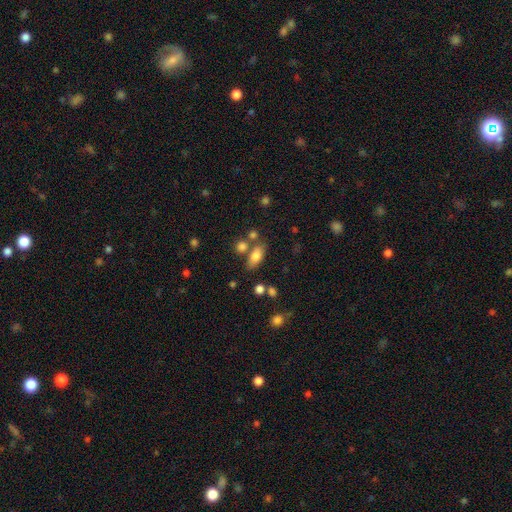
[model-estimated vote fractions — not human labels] Smooth or featured: smooth — 79% (featured or disk — 12%)
How rounded: in between — 84% (cigar-shaped — 8%)
Merging: none — 64% (merger — 17%)